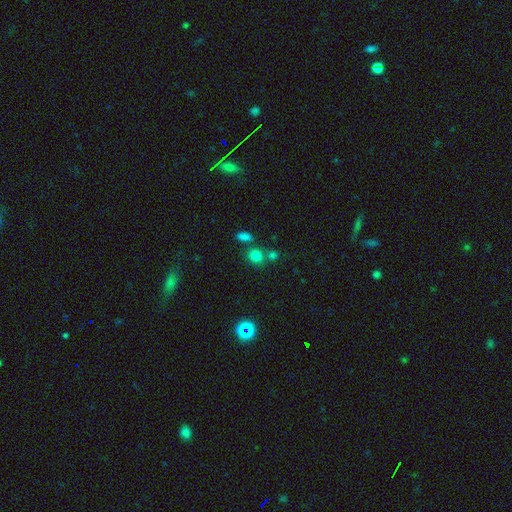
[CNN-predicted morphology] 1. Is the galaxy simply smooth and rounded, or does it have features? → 75% smooth, 17% star or artifact, 7% featured or disk.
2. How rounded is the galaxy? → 75% round, 23% in between, 1% cigar-shaped.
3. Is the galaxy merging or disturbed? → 63% none, 22% merger, 10% minor disturbance, 4% major disturbance.